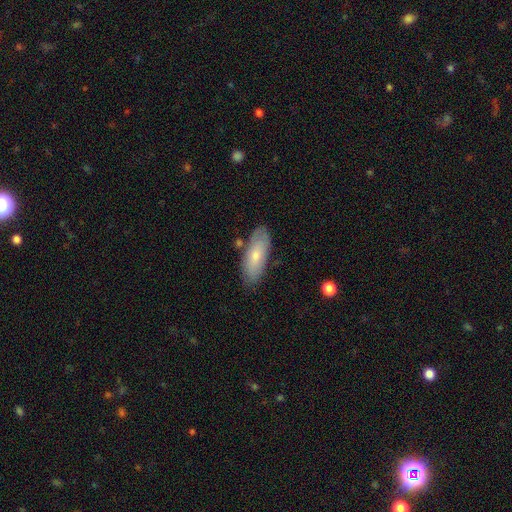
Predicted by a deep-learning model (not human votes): smooth 69%, featured or disk 25%, star or artifact 6%. Down the decision tree: how rounded — in between (77%); merging — none (77%).